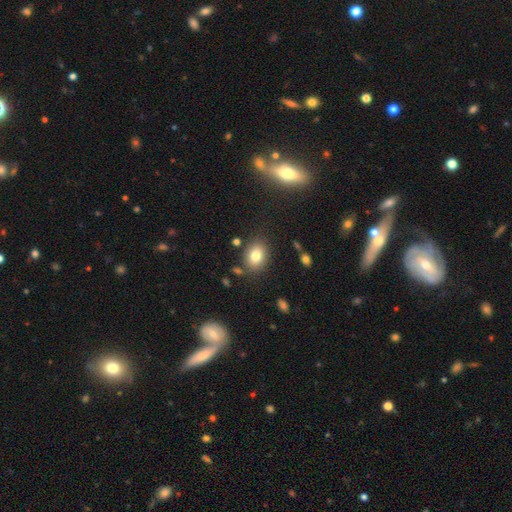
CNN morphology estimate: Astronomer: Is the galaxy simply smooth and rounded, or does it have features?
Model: smooth — 79%.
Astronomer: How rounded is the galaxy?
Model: in between — 68%.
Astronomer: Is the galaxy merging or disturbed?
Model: none — 80%.